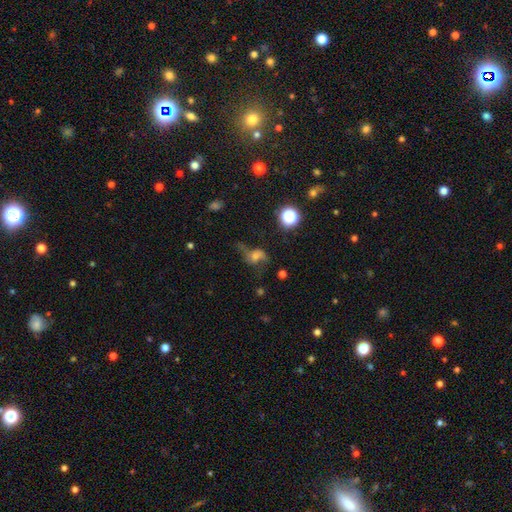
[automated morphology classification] Smooth or featured? Predicted: featured or disk (p=0.44). Merging? Predicted: none (p=0.39).